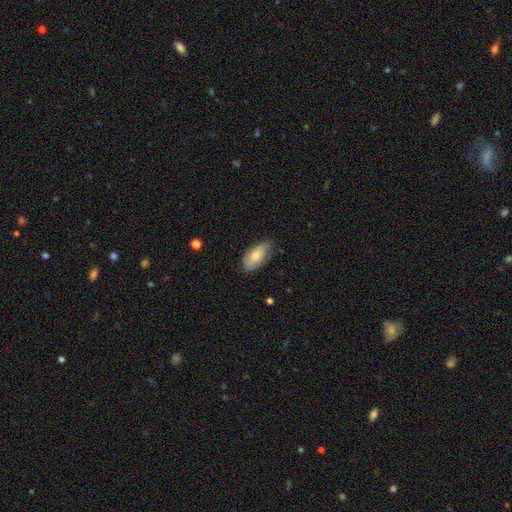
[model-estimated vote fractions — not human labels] Morphology: type=smooth (75%); roundness=in between (91%); merging=none (68%).